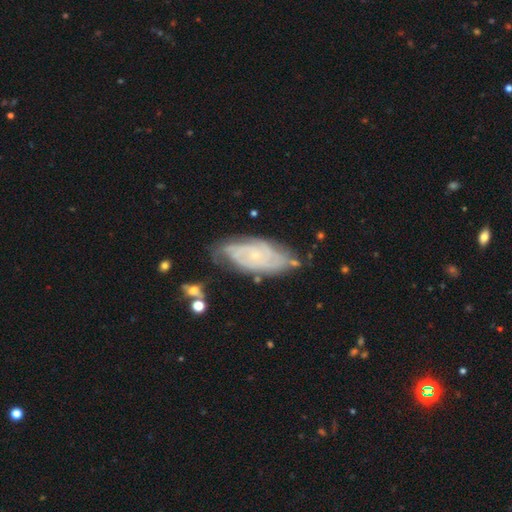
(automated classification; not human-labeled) This appears to be a featured or disk galaxy (78%) with no bar (72%), tight (66%) spiral arms (92%) and a small central bulge (81%). Merging: none (66%).